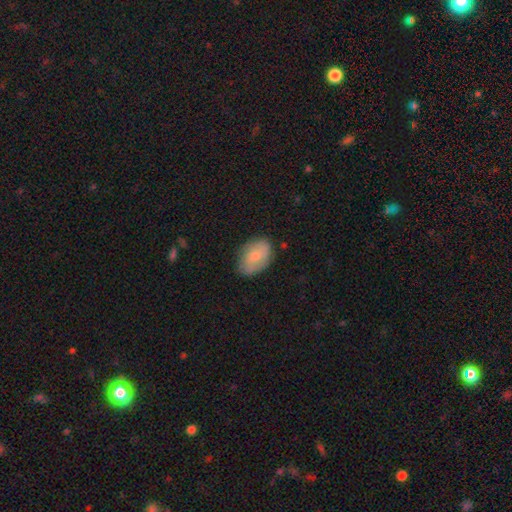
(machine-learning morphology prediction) smooth_or_featured: smooth (p=0.69) [alt: featured or disk p=0.24]
how_rounded: in between (p=0.88) [alt: round p=0.11]
merging: none (p=0.75) [alt: minor disturbance p=0.19]